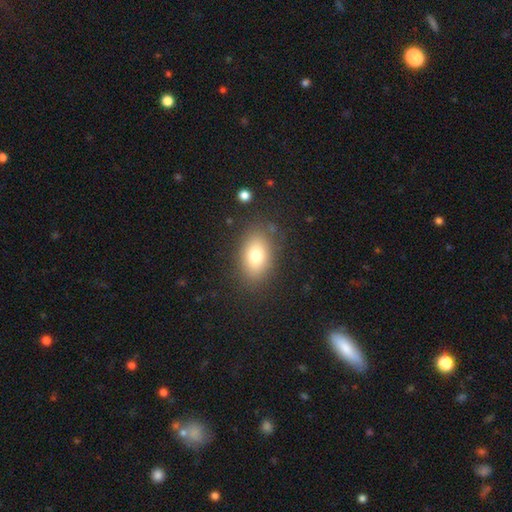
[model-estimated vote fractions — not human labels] Q: Smooth or featured?
A: smooth (78%); runner-up: featured or disk (12%)
Q: How rounded?
A: in between (86%); runner-up: round (11%)
Q: Merging?
A: none (83%); runner-up: minor disturbance (11%)